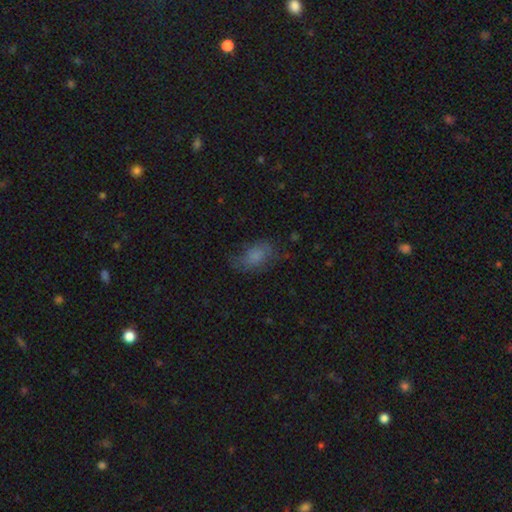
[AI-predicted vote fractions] Smooth or featured? Predicted: smooth (p=0.66). How rounded? Predicted: in between (p=0.88). Merging? Predicted: none (p=0.53).